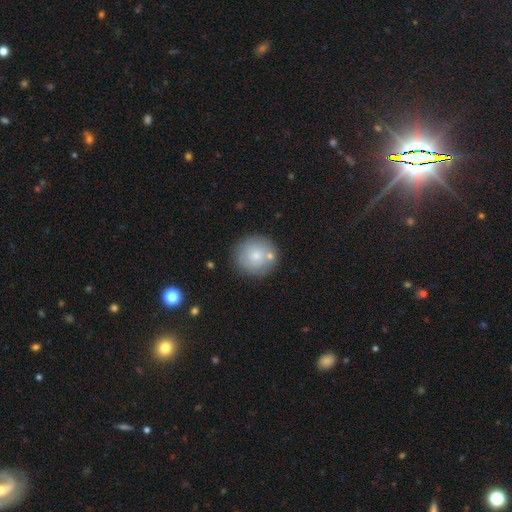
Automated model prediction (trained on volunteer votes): The model was most divided on "smooth or featured": smooth: 72%, featured or disk: 21%, star or artifact: 7%. More confident: how rounded — round (93%); merging — none (75%).